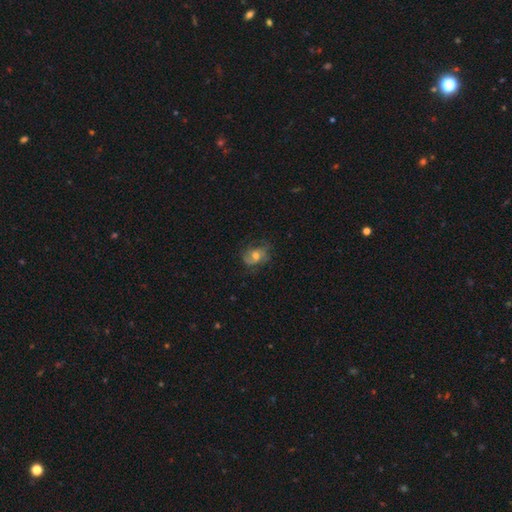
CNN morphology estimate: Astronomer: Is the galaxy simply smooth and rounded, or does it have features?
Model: featured or disk — 47% (runner-up: smooth, 42%).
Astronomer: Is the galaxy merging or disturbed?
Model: none — 58%.